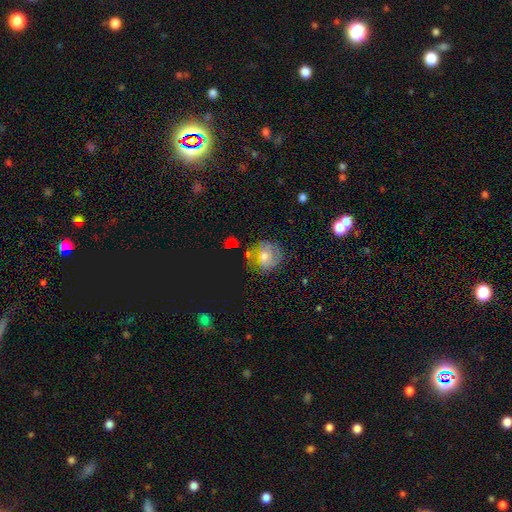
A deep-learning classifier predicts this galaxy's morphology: Overall: smooth (51%; featured or disk 33%). How rounded: round (78%). Merging: none (62%).